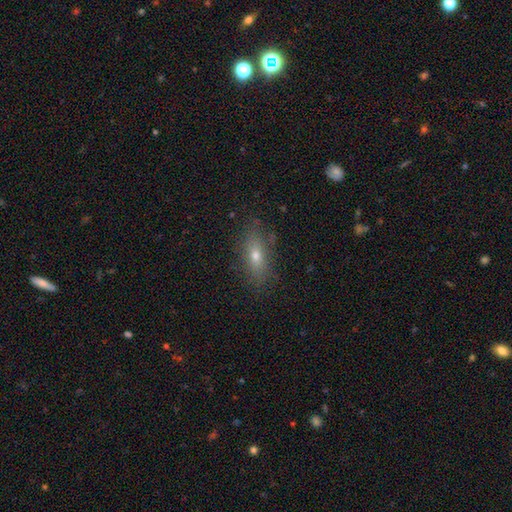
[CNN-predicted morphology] smooth 65%, featured or disk 24%, star or artifact 11%. Down the decision tree: how rounded — in between (69%); merging — none (82%).